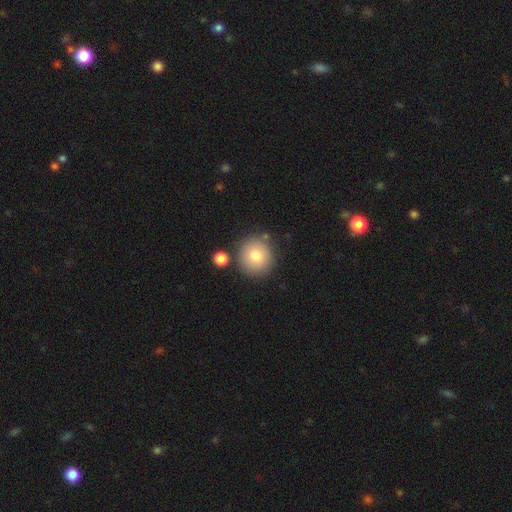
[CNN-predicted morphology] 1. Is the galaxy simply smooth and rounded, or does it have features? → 79% smooth, 12% featured or disk, 9% star or artifact.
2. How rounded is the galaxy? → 90% round, 9% in between, 1% cigar-shaped.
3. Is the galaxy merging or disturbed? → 80% none, 10% minor disturbance, 8% merger, 3% major disturbance.